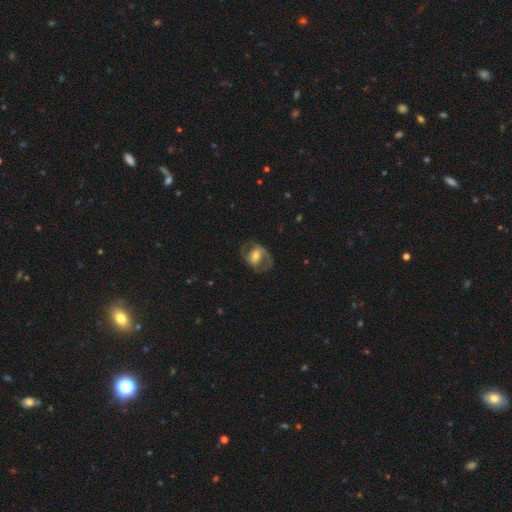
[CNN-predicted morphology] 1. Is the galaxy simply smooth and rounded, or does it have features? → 76% featured or disk, 18% smooth, 6% star or artifact.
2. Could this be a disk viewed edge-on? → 97% no, 3% yes.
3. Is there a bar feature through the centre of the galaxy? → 42% weak, 32% no, 26% strong.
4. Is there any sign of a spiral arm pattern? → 87% yes, 13% no.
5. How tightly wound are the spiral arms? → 54% medium, 26% loose, 20% tight.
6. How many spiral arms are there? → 84% 2, 7% 1, 6% can't tell, 2% 3, 1% 4, 1% more than 4.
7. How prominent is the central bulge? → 60% moderate, 27% small, 10% large, 2% none, 1% dominant.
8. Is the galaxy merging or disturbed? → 70% none, 16% minor disturbance, 13% major disturbance, 1% merger.